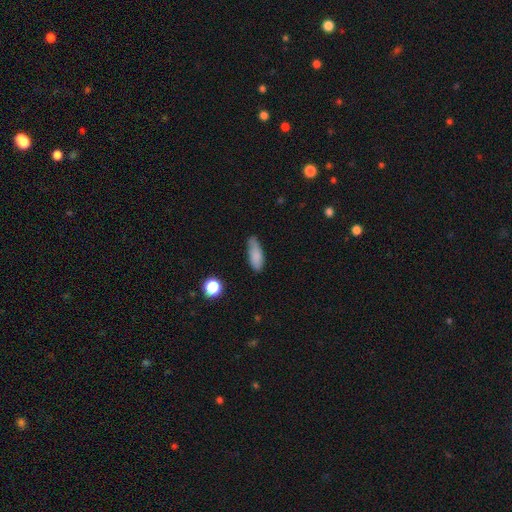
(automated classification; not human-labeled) Q: Smooth or featured?
A: smooth (81%); runner-up: featured or disk (10%)
Q: How rounded?
A: in between (67%); runner-up: cigar-shaped (30%)
Q: Merging?
A: none (63%); runner-up: minor disturbance (29%)